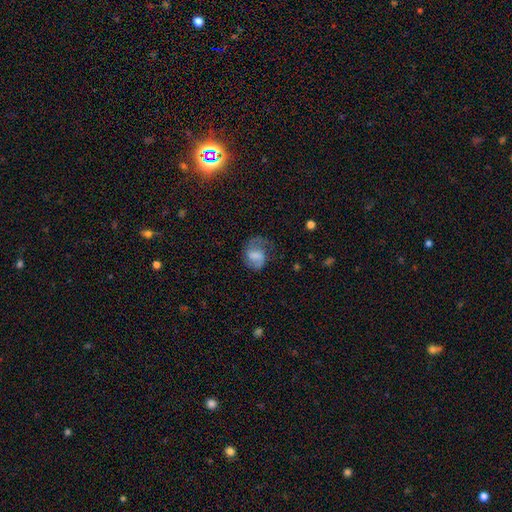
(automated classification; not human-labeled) Smooth or featured?
  - featured or disk: 49% *
  - smooth: 42%
  - star or artifact: 9%
Merging?
  - none: 43% *
  - major disturbance: 29%
  - minor disturbance: 26%
  - merger: 2%